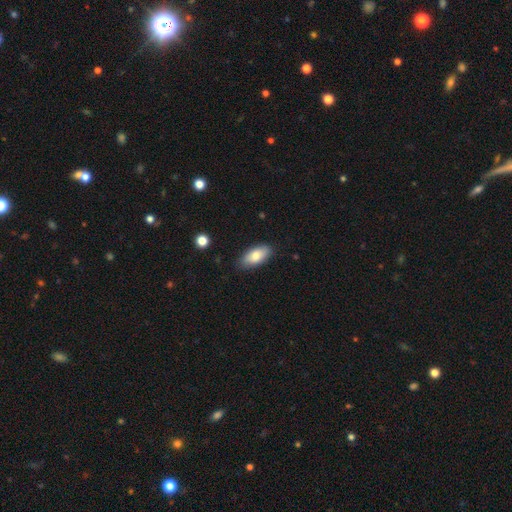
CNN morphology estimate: Smooth or featured? smooth (78%)
How rounded? in between (89%)
Merging? none (83%)